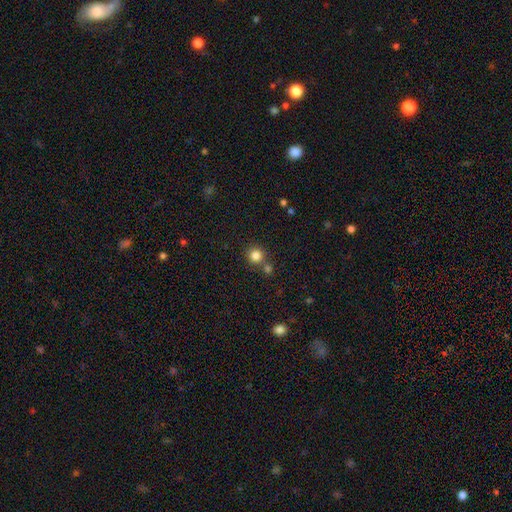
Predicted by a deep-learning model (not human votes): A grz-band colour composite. It shows a smooth galaxy with no disk features (83%) that is round (92%). Merging: none (72%).